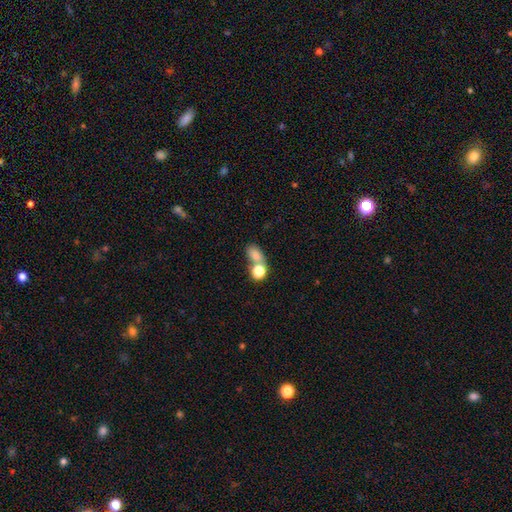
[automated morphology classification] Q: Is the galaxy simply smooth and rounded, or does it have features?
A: smooth — 77%.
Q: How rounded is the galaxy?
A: in between — 70%.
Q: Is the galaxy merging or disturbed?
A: merger — 43%.